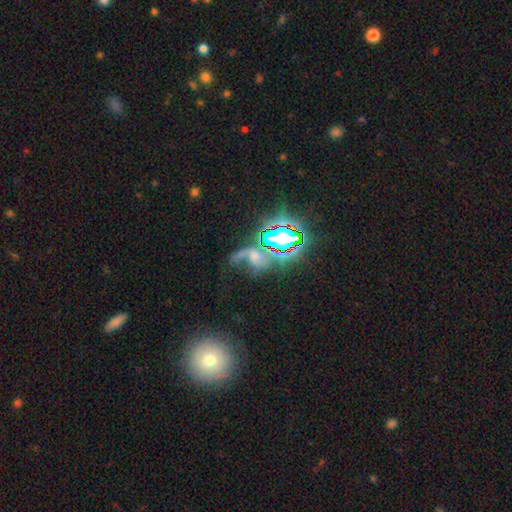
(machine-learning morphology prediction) smooth-or-featured: star or artifact: 47% | featured or disk: 34% | smooth: 18%